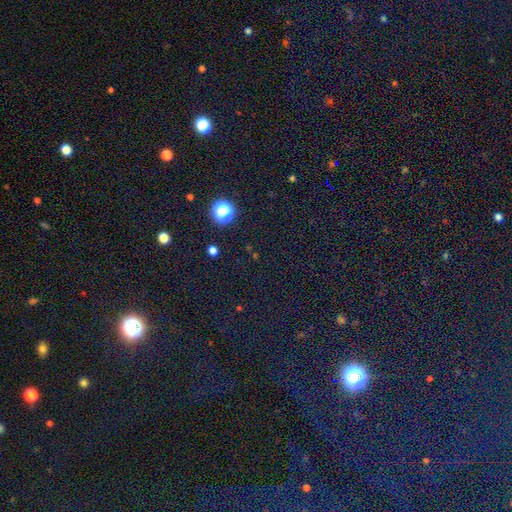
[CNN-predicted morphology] Smooth or featured? star or artifact (81%)